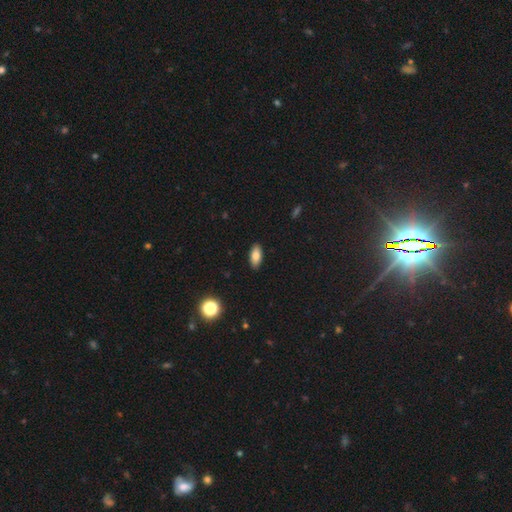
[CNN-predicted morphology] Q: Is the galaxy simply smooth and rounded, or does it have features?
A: smooth — 79%.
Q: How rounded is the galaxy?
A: in between — 88%.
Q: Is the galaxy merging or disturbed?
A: none — 90%.